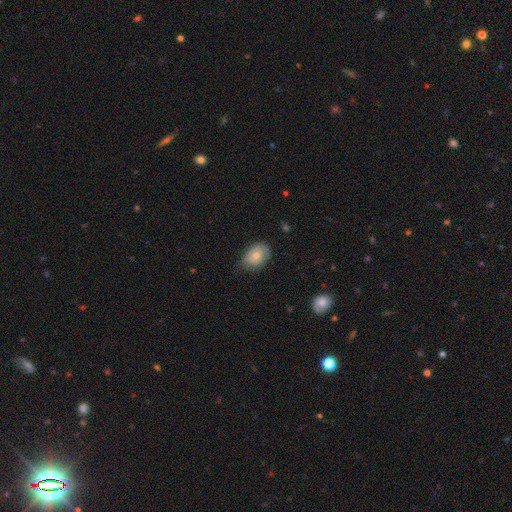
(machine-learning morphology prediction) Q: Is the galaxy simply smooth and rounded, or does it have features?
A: smooth — 76%.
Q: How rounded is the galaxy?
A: in between — 80%.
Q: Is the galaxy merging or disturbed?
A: none — 65%.